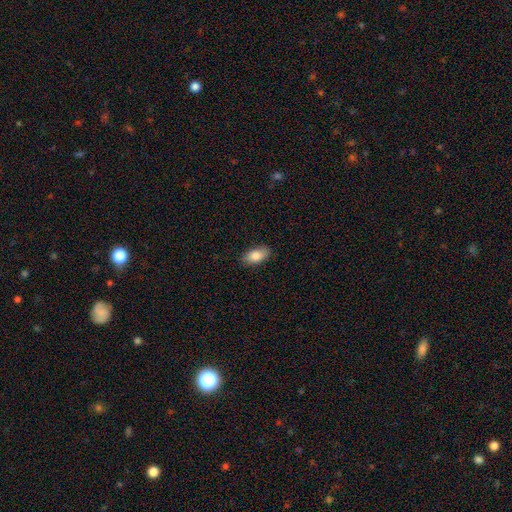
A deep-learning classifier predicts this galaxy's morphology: type=smooth (84%); roundness=in between (92%); merging=none (87%).